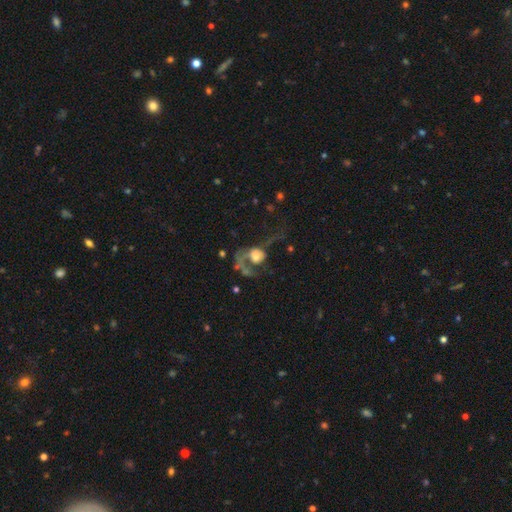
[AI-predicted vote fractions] Q: Smooth or featured?
A: featured or disk (50%); runner-up: smooth (39%)
Q: Merging?
A: major disturbance (55%); runner-up: none (18%)